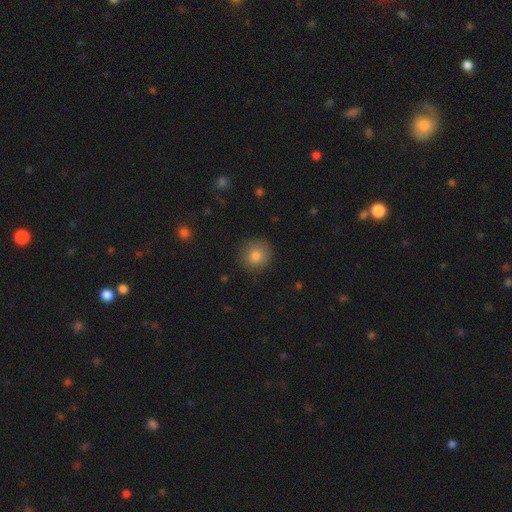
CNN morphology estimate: Smooth or featured: smooth — 82% (star or artifact — 10%)
How rounded: round — 92% (in between — 7%)
Merging: none — 87% (minor disturbance — 10%)